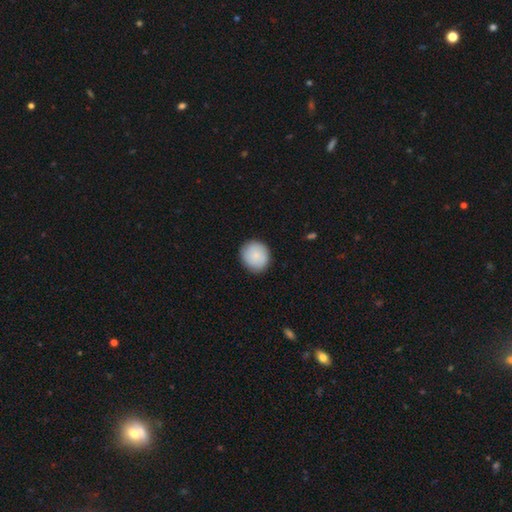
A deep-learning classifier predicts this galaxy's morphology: This is clearly a smooth galaxy (84%). How rounded: clearly round (87%). Merging: clearly none (87%).